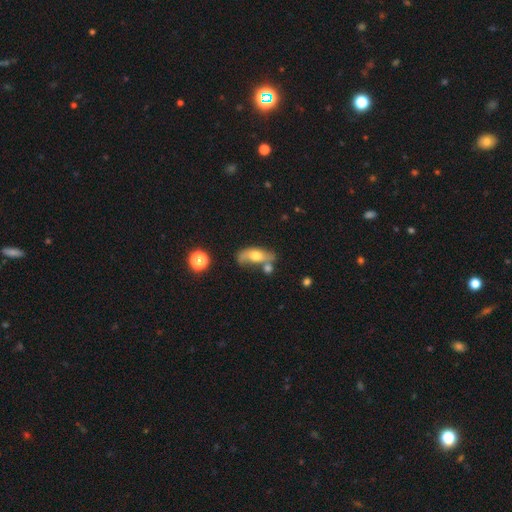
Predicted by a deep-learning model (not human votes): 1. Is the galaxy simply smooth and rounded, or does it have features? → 54% smooth, 37% featured or disk, 9% star or artifact.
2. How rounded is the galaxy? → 78% in between, 13% cigar-shaped, 9% round.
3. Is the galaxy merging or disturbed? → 40% none, 25% merger, 21% minor disturbance, 13% major disturbance.